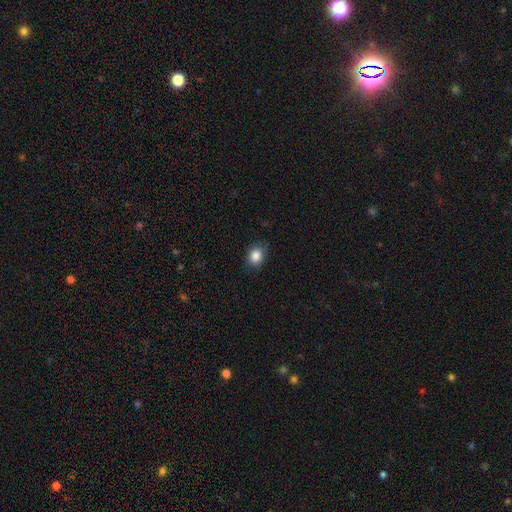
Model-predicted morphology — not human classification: Overall: smooth (86%). How rounded: in between (52%; round 46%). Merging: none (82%).